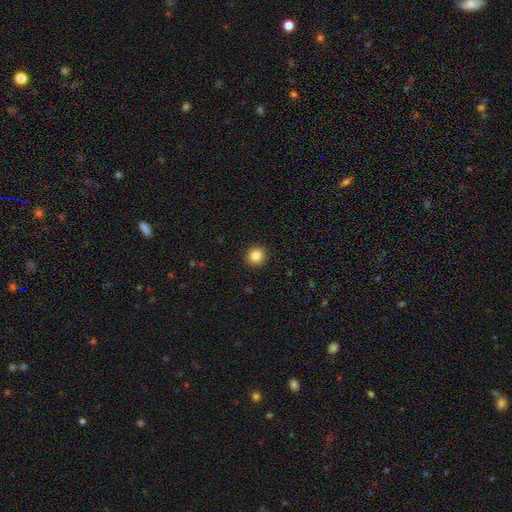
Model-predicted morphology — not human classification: Smooth or featured: smooth — 86% (star or artifact — 10%)
How rounded: round — 91% (in between — 8%)
Merging: none — 92% (minor disturbance — 5%)